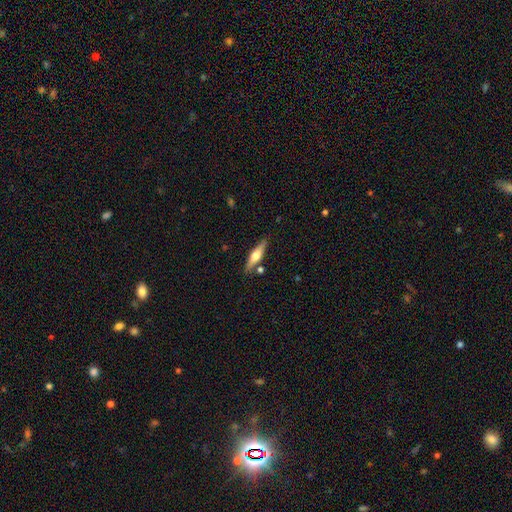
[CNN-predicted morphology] Smooth or featured? featured or disk (53%)
Edge-on disk? yes (94%)
Merging? none (84%)